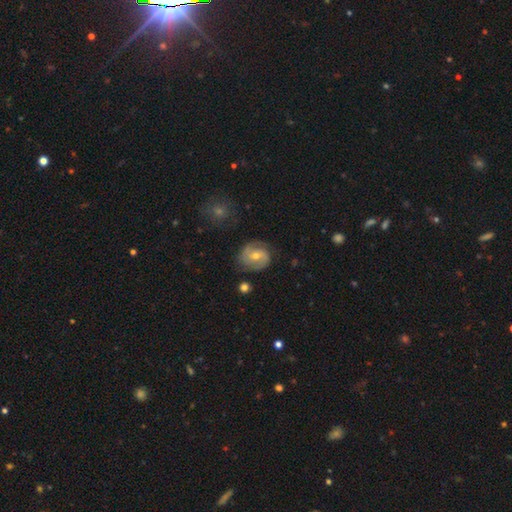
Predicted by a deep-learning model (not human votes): A featured or disk galaxy (71%) with no bar (50%), 2 (73%) medium (44%) spiral arms (91%) and a moderate central bulge (57%). Merging: none (78%).